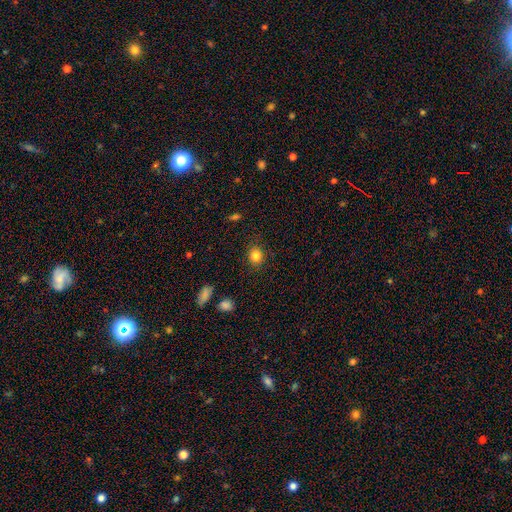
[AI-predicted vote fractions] Overall: smooth (84%). How rounded: round (77%). Merging: none (87%).